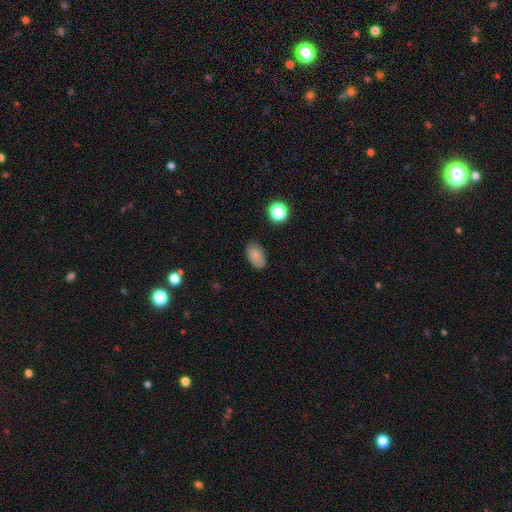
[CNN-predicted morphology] Smooth or featured? smooth (80%)
How rounded? in between (88%)
Merging? none (80%)